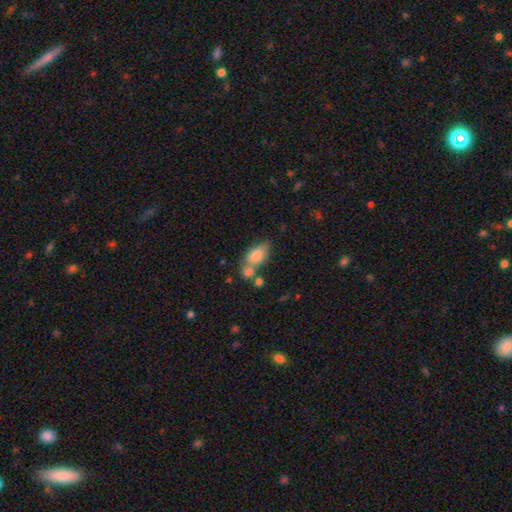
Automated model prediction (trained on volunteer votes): Morphology: type=smooth (78%); roundness=in between (87%); merging=none (41%).